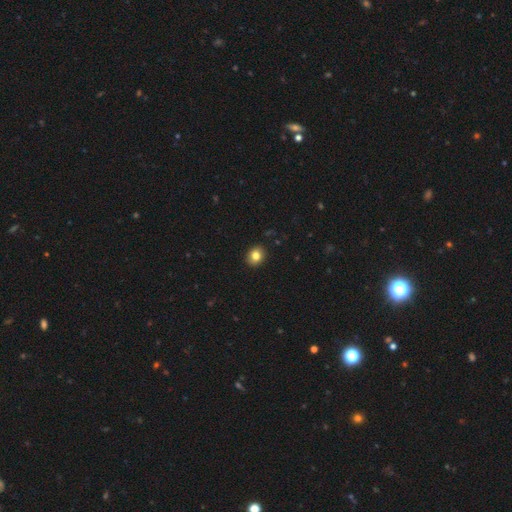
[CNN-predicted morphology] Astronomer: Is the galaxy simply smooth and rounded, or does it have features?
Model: smooth — 83%.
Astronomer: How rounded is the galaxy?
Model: round — 61% (runner-up: in between, 38%).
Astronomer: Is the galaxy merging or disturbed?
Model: none — 91%.